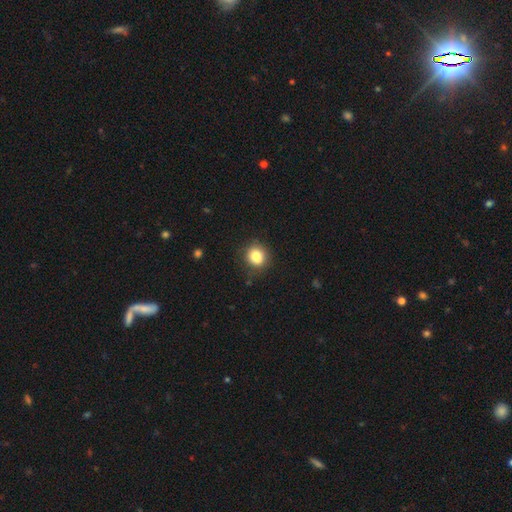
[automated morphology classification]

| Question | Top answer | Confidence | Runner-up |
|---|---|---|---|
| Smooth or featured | smooth | 80% | star or artifact (11%) |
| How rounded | round | 76% | in between (23%) |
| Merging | none | 74% | minor disturbance (15%) |